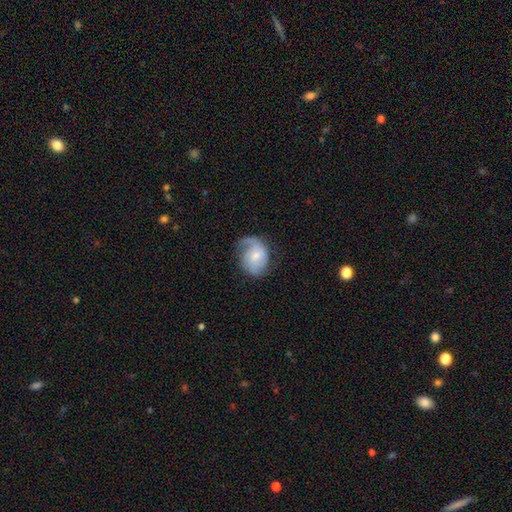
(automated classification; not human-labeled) A featured or disk galaxy (60%) with no bar (55%), 1 (42%) medium (39%) spiral arms (87%) and a small central bulge (48%).

Vote fractions:
- Smooth or featured? featured or disk: 60% / smooth: 33% / star or artifact: 7%
- Edge-on disk? no: 97% / yes: 3%
- Bar? no: 55% / weak: 39% / strong: 6%
- Spiral arms? yes: 87% / no: 13%
- Spiral winding? medium: 39% / loose: 36% / tight: 24%
- Spiral arm count? 1: 42% / 2: 40% / can't tell: 12% / 3: 3% / 4: 1% / more than 4: 1%
- Bulge size? small: 48% / moderate: 41% / none: 6% / large: 4% / dominant: 1%
- Merging? none: 46% / minor disturbance: 29% / major disturbance: 23% / merger: 2%